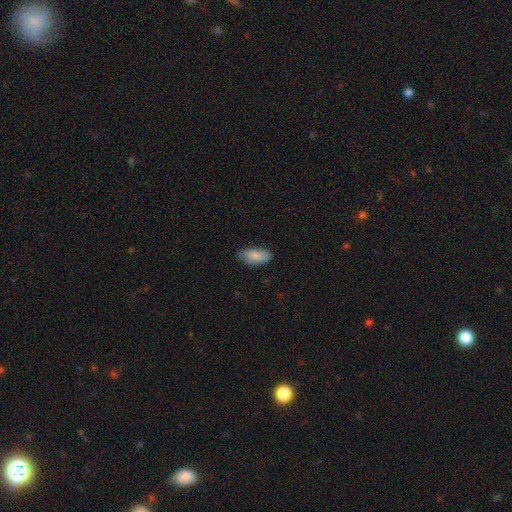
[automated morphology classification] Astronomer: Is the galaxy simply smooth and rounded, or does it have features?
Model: smooth — 82%.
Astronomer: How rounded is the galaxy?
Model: in between — 92%.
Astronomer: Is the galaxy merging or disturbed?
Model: none — 77%.